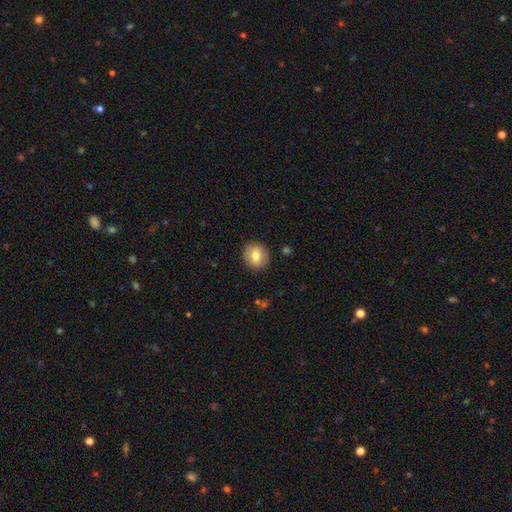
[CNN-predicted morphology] The model was most divided on "smooth or featured": smooth: 76%, featured or disk: 16%, star or artifact: 8%. More confident: merging — none (89%); how rounded — round (80%).